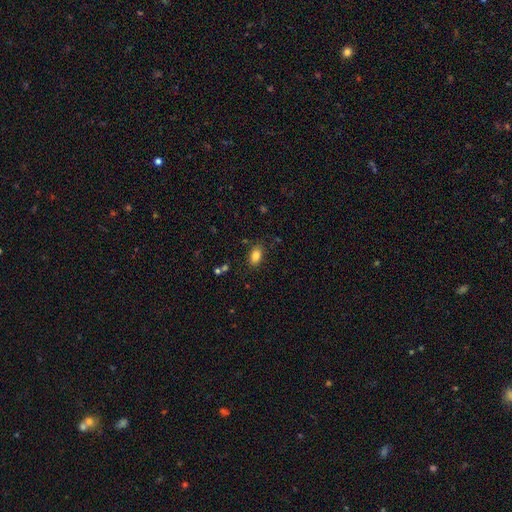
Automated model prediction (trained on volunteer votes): smooth 85%, star or artifact 9%, featured or disk 6%. Down the decision tree: how rounded — in between (86%); merging — none (83%).